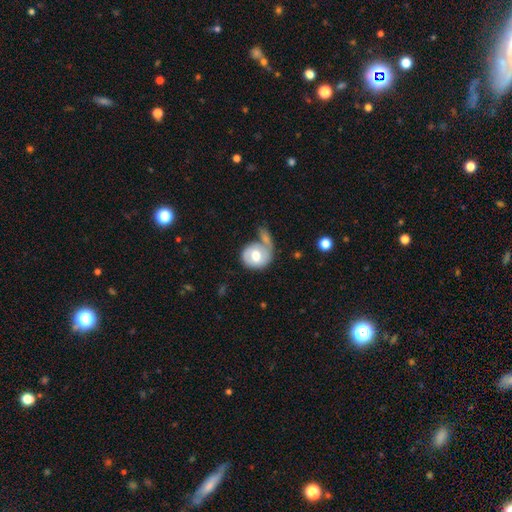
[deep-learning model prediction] Smooth or featured? smooth (52%)
How rounded? round (75%)
Merging? none (35%)